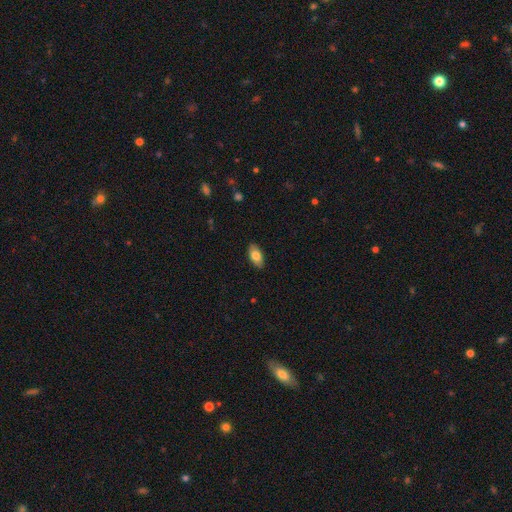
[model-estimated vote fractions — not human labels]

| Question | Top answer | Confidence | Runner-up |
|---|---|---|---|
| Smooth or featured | smooth | 79% | featured or disk (14%) |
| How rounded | in between | 92% | cigar-shaped (4%) |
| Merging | none | 88% | minor disturbance (10%) |